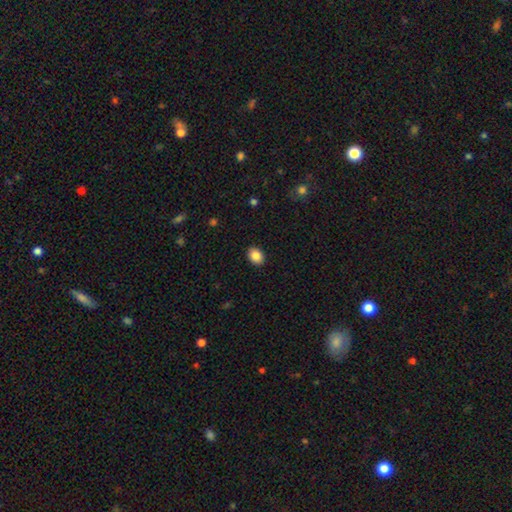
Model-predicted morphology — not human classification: This is clearly a smooth galaxy (87%). How rounded: likely in between (70%). Merging: clearly none (90%).